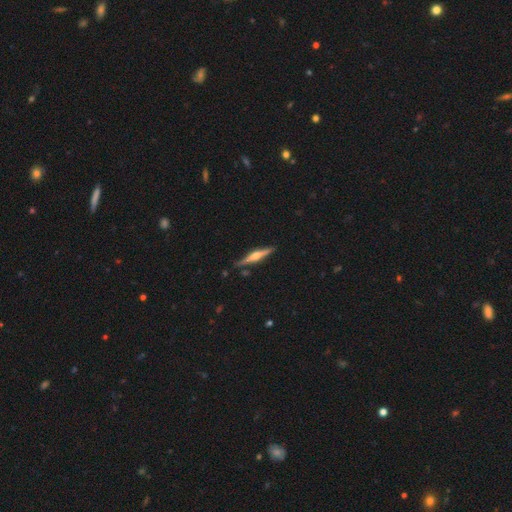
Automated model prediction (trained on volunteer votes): Smooth or featured? Predicted: featured or disk (p=0.71). Edge-on disk? Predicted: yes (p=0.98). Edge-on bulge? Predicted: rounded (p=0.86). Merging? Predicted: none (p=0.85).